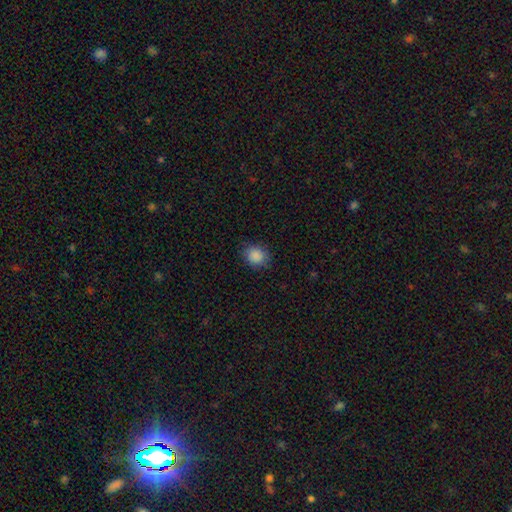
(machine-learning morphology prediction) smooth_or_featured: smooth (p=0.88) [alt: star or artifact p=0.08]
how_rounded: round (p=0.67) [alt: in between p=0.32]
merging: none (p=0.83) [alt: minor disturbance p=0.13]